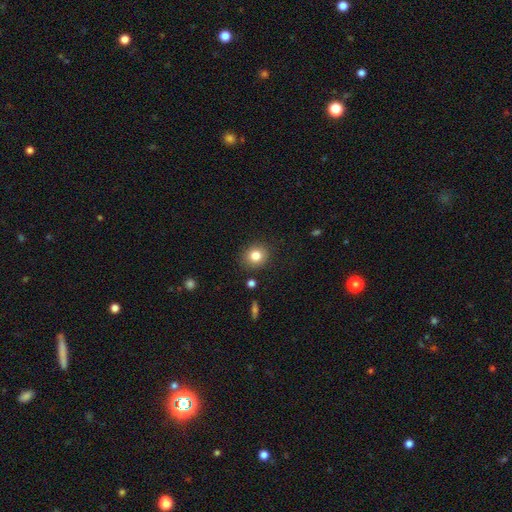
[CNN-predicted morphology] smooth 81%, star or artifact 11%, featured or disk 8%. Down the decision tree: how rounded — round (81%); merging — none (87%).